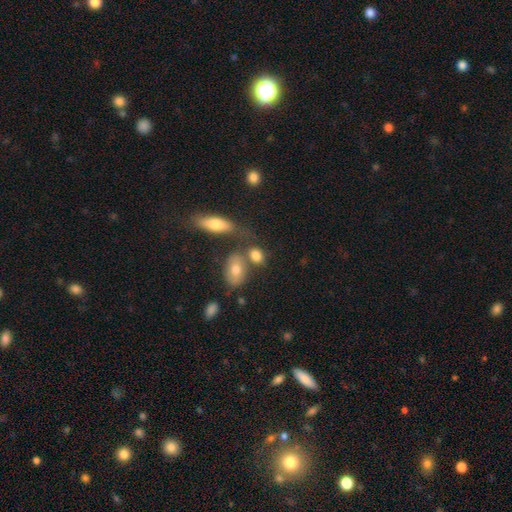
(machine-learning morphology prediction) type=smooth (79%); roundness=in between (63%); merging=none (54%).